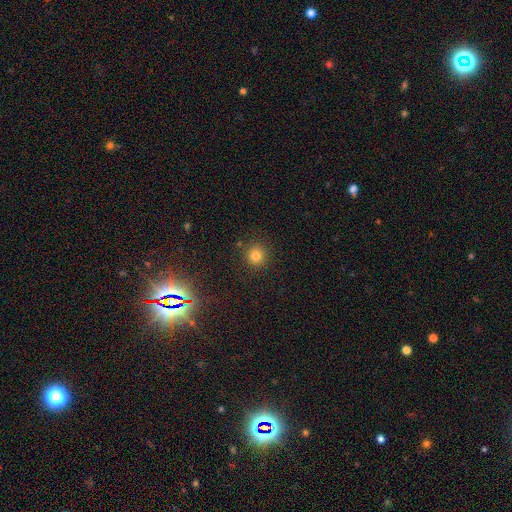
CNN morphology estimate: Smooth or featured? Predicted: smooth (p=0.79). How rounded? Predicted: round (p=0.92). Merging? Predicted: none (p=0.88).